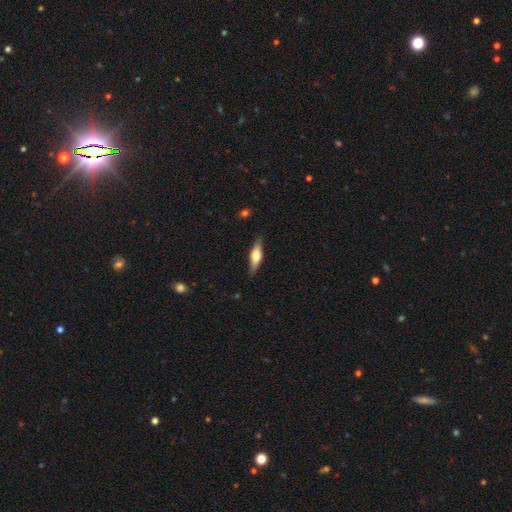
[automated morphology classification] Q: Smooth or featured?
A: smooth (48%); runner-up: featured or disk (46%)
Q: Merging?
A: none (84%); runner-up: minor disturbance (12%)